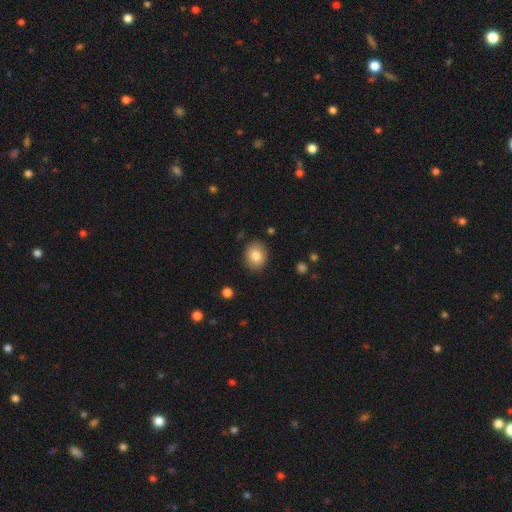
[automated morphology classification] A smooth galaxy with no disk features (82%) that is round (53%).

Vote fractions:
- Smooth or featured? smooth: 82% / featured or disk: 10% / star or artifact: 8%
- How rounded? round: 53% / in between: 46% / cigar-shaped: 1%
- Merging? none: 88% / minor disturbance: 9% / major disturbance: 2% / merger: 1%